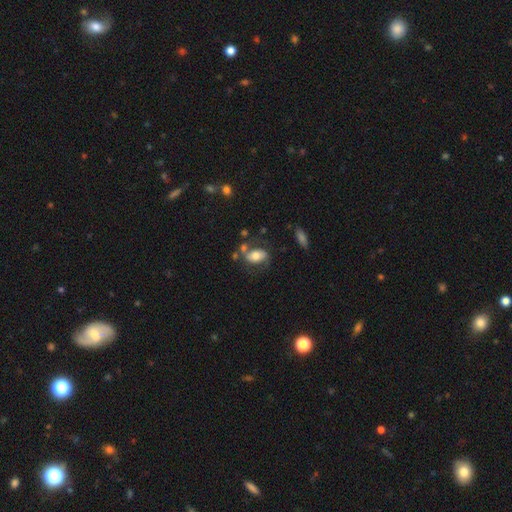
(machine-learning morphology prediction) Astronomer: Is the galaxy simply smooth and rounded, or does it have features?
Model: smooth — 48% (runner-up: featured or disk, 44%).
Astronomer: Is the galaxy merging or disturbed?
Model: none — 51%.